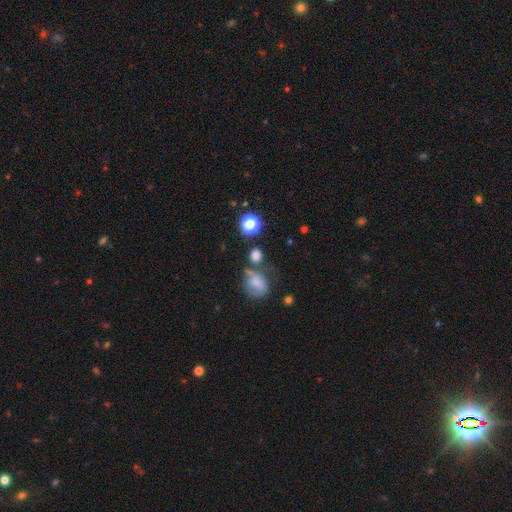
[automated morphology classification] smooth-or-featured: smooth: 67% | star or artifact: 19% | featured or disk: 14%
  how-rounded: round: 68% | in between: 30% | cigar-shaped: 2%
  merging: none: 53% | merger: 18% | minor disturbance: 18% | major disturbance: 11%